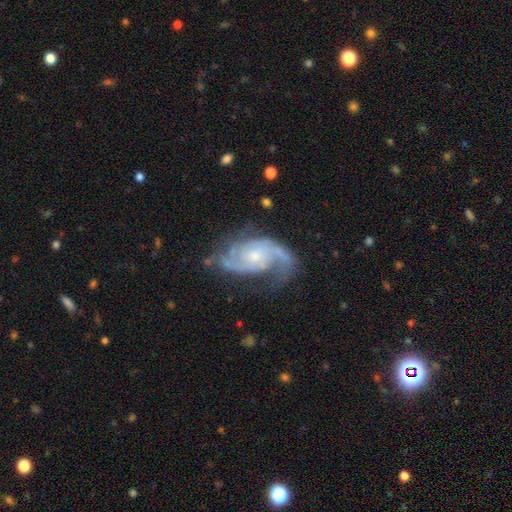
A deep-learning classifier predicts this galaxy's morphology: Q: Smooth or featured?
A: featured or disk (89%); runner-up: smooth (6%)
Q: Edge-on disk?
A: no (97%); runner-up: yes (3%)
Q: Bar?
A: no (67%); runner-up: weak (28%)
Q: Spiral arms?
A: yes (97%); runner-up: no (3%)
Q: Spiral winding?
A: medium (49%); runner-up: tight (29%)
Q: Spiral arm count?
A: 2 (72%); runner-up: 3 (10%)
Q: Bulge size?
A: small (58%); runner-up: moderate (35%)
Q: Merging?
A: none (63%); runner-up: minor disturbance (21%)